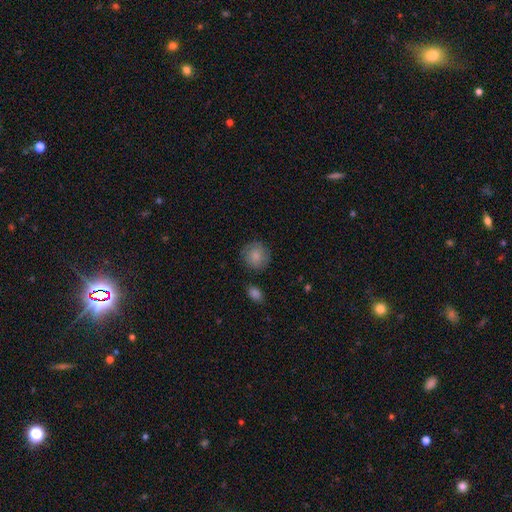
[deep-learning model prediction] smooth_or_featured: smooth (p=0.84) [alt: featured or disk p=0.09]
how_rounded: round (p=0.89) [alt: in between p=0.10]
merging: none (p=0.83) [alt: minor disturbance p=0.11]